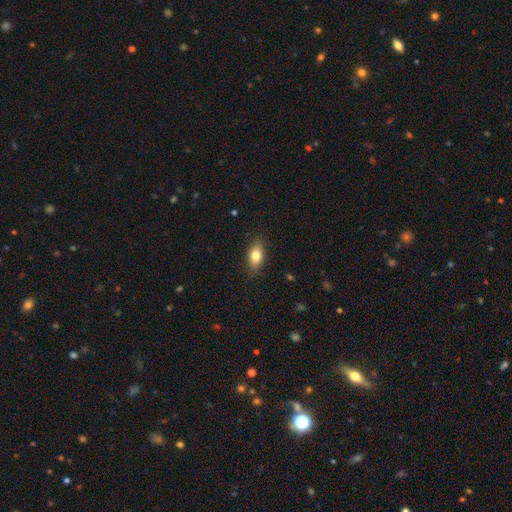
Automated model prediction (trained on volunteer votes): Smooth or featured? Predicted: smooth (p=0.81). How rounded? Predicted: in between (p=0.85). Merging? Predicted: none (p=0.85).